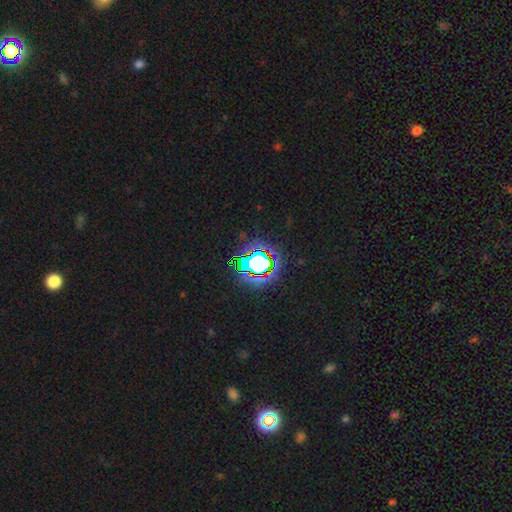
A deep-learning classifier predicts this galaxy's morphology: star or artifact 76%, smooth 14%, featured or disk 10%.